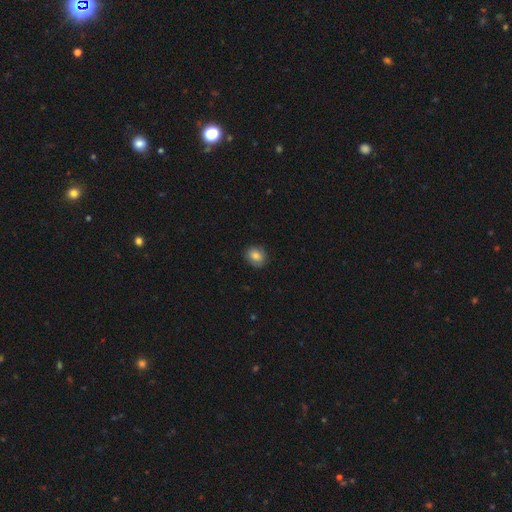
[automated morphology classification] type=smooth (81%); roundness=round (68%); merging=none (88%).